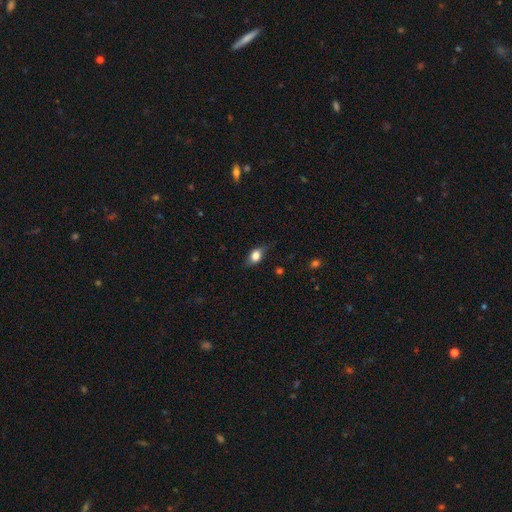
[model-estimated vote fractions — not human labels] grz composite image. It shows a smooth galaxy with no disk features (74%) that is in between round and cigar-shaped (73%). Merging: none (72%).